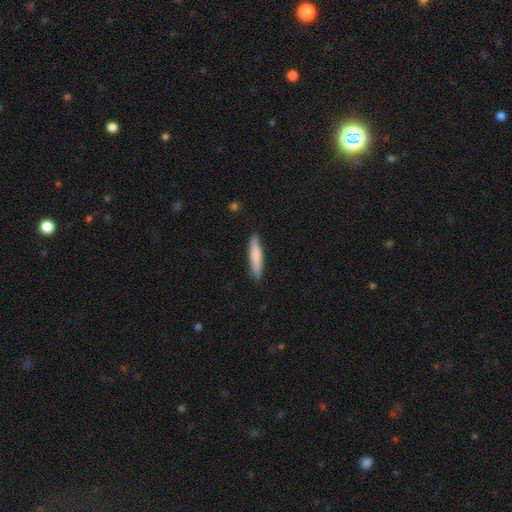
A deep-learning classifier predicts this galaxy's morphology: Smooth or featured?
  - smooth: 79% *
  - featured or disk: 16%
  - star or artifact: 5%
How rounded?
  - cigar-shaped: 88% *
  - in between: 11%
  - round: 1%
Merging?
  - none: 87% *
  - minor disturbance: 11%
  - major disturbance: 2%
  - merger: 1%